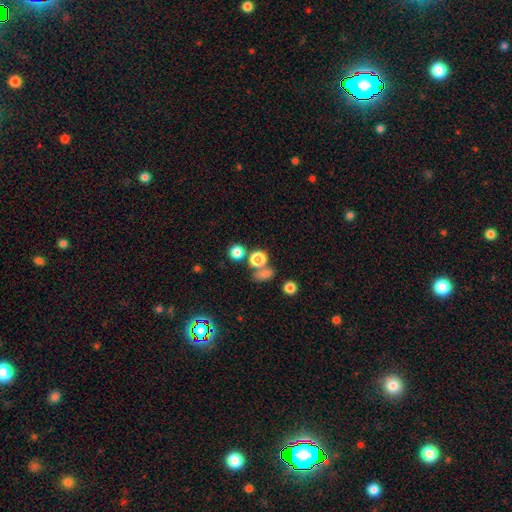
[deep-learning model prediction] Morphology: type=star or artifact (52%).